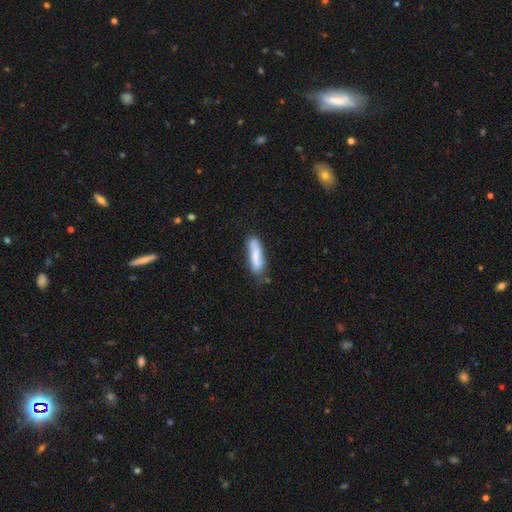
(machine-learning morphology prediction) Smooth or featured?
  - smooth: 74% *
  - featured or disk: 20%
  - star or artifact: 6%
How rounded?
  - cigar-shaped: 66% *
  - in between: 32%
  - round: 2%
Merging?
  - none: 67% *
  - minor disturbance: 24%
  - major disturbance: 5%
  - merger: 4%